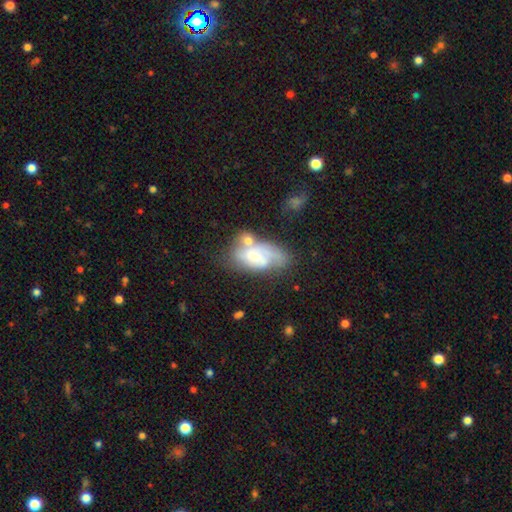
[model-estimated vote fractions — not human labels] The model was most divided on "merging": none: 31%, merger: 26%, minor disturbance: 22%, major disturbance: 22%. Remaining: smooth or featured — featured or disk (49%).